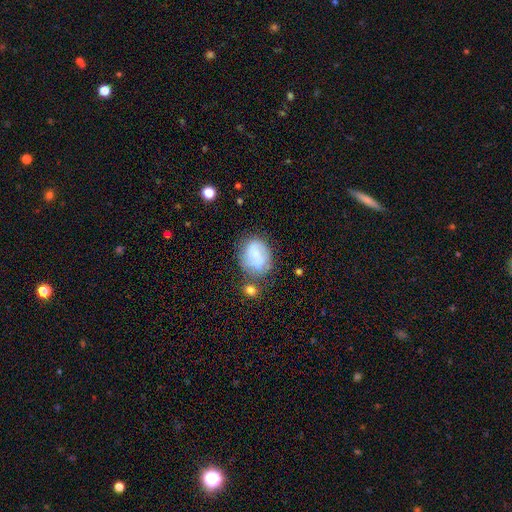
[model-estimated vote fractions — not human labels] This is possibly a smooth galaxy (54%). How rounded: possibly in between (53%). Merging: possibly none (56%).